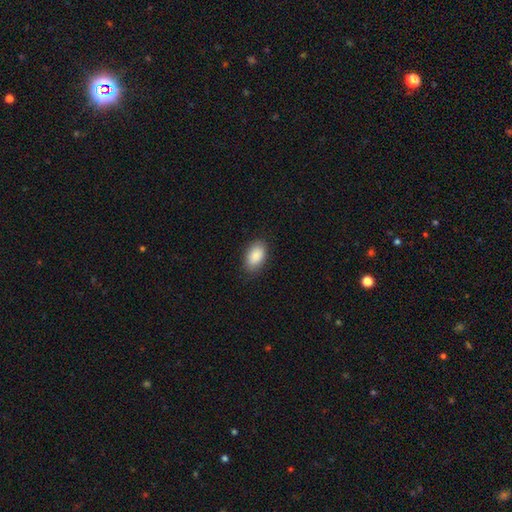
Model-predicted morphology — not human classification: type=smooth (87%); roundness=in between (92%); merging=none (82%).